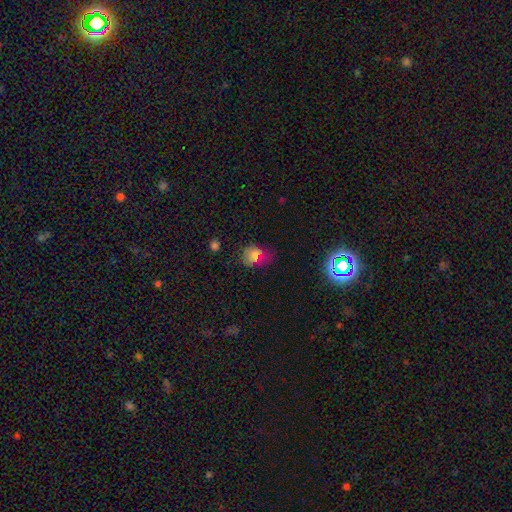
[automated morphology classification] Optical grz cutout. It shows a smooth galaxy with no disk features (66%) that is in between round and cigar-shaped (65%). Merging: none (55%).